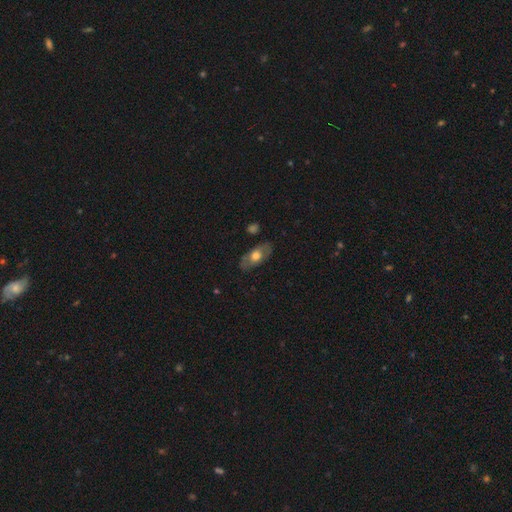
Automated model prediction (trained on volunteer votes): Smooth or featured? smooth (55%)
How rounded? in between (86%)
Merging? none (80%)